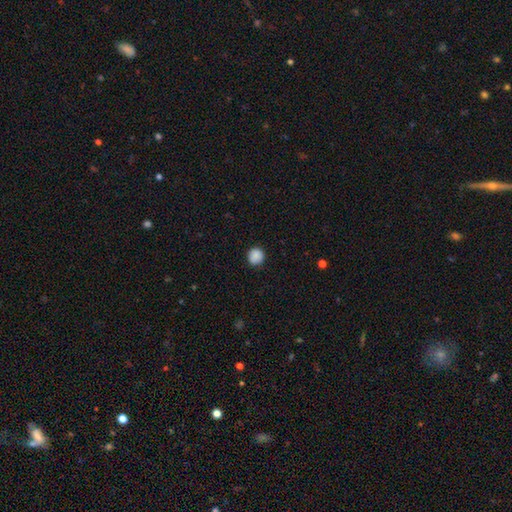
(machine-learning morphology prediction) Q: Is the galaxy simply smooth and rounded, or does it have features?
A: smooth — 88%.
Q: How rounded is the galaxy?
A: round — 92%.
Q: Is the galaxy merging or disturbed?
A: none — 87%.